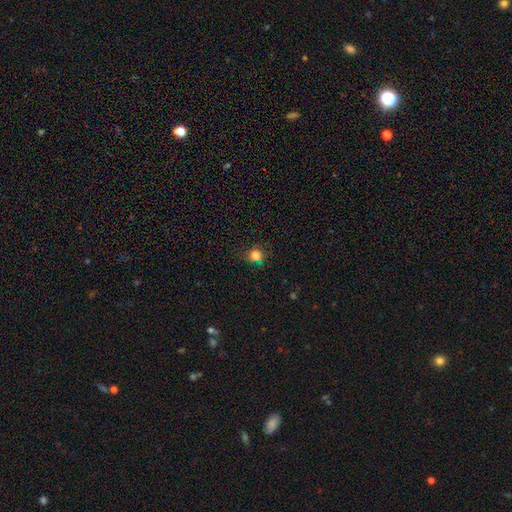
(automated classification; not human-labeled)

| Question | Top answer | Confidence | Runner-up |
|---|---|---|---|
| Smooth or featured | smooth | 81% | star or artifact (14%) |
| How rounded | round | 84% | in between (15%) |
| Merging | none | 81% | minor disturbance (14%) |